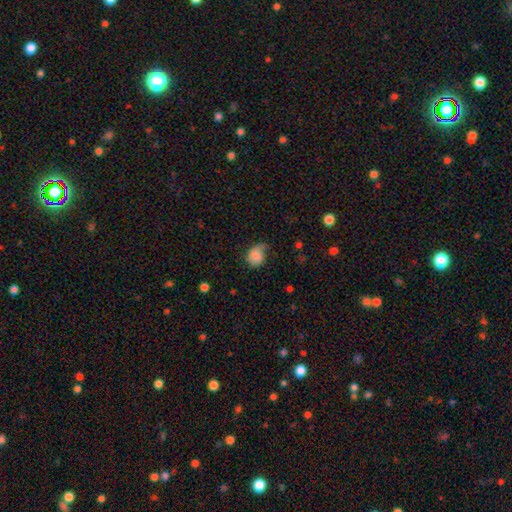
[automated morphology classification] Smooth or featured? Predicted: smooth (p=0.77). How rounded? Predicted: round (p=0.57). Merging? Predicted: none (p=0.39, tied with minor disturbance).